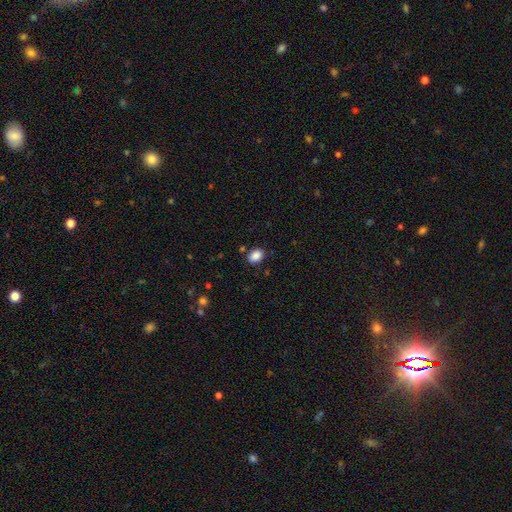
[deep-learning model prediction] smooth_or_featured: smooth (p=0.87) [alt: star or artifact p=0.09]
how_rounded: in between (p=0.72) [alt: round p=0.27]
merging: none (p=0.83) [alt: minor disturbance p=0.11]